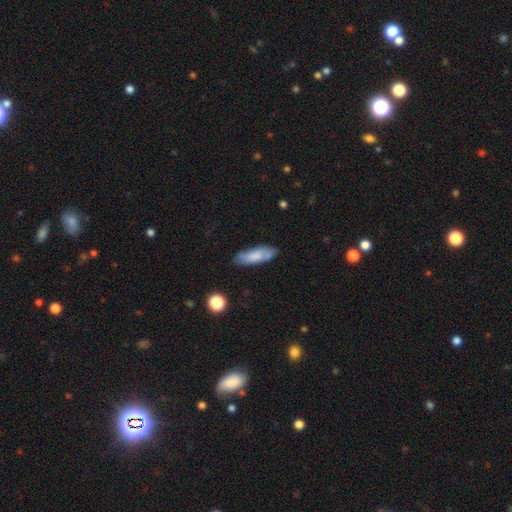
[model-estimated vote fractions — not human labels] A smooth galaxy with no disk features (72%) that is in between round and cigar-shaped (56%).

Vote fractions:
- Smooth or featured? smooth: 72% / featured or disk: 21% / star or artifact: 7%
- How rounded? in between: 56% / cigar-shaped: 42% / round: 2%
- Merging? none: 77% / minor disturbance: 17% / major disturbance: 4% / merger: 2%